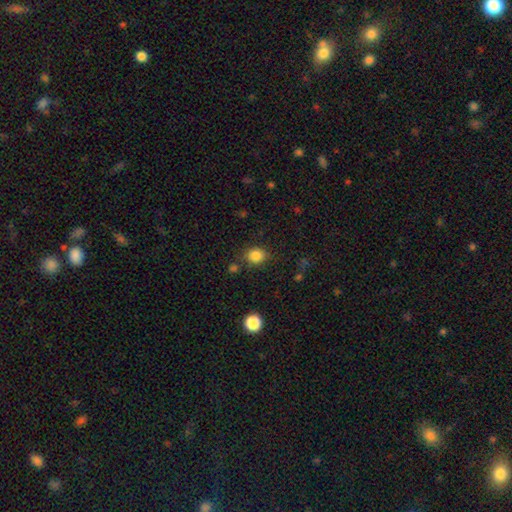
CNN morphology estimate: smooth_or_featured: smooth (p=0.84) [alt: star or artifact p=0.11]
how_rounded: round (p=0.66) [alt: in between p=0.33]
merging: none (p=0.79) [alt: minor disturbance p=0.13]